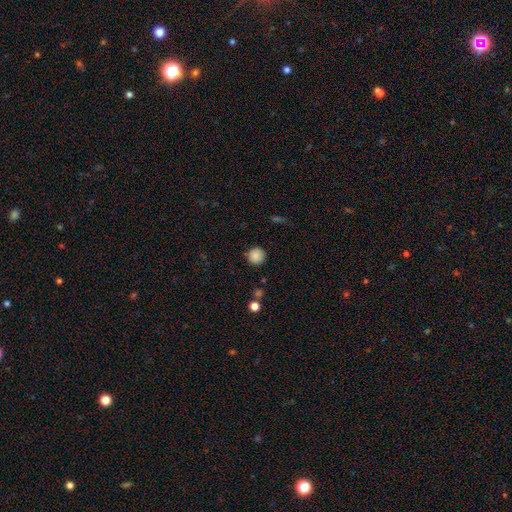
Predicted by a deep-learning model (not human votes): smooth-or-featured: smooth: 86% | star or artifact: 10% | featured or disk: 4%
  how-rounded: round: 94% | in between: 5% | cigar-shaped: 1%
  merging: none: 86% | minor disturbance: 10% | major disturbance: 2% | merger: 2%